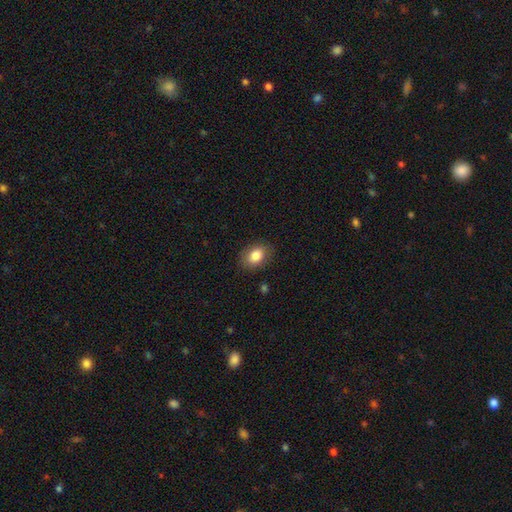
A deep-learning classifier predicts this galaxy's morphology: Smooth or featured: smooth — 83% (featured or disk — 9%)
How rounded: in between — 76% (round — 23%)
Merging: none — 85% (minor disturbance — 11%)